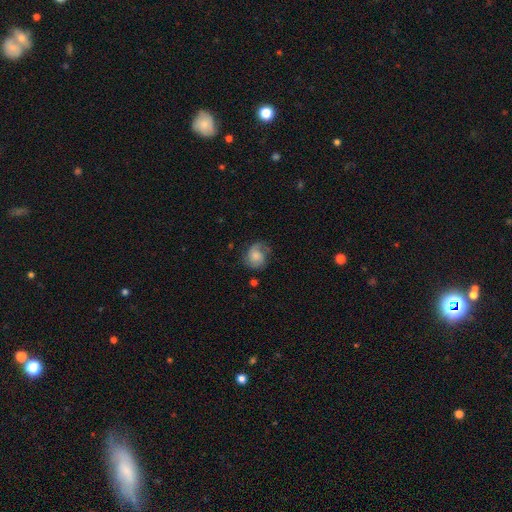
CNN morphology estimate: smooth_or_featured: smooth (p=0.49) [alt: featured or disk p=0.43]
merging: none (p=0.57) [alt: minor disturbance p=0.27]